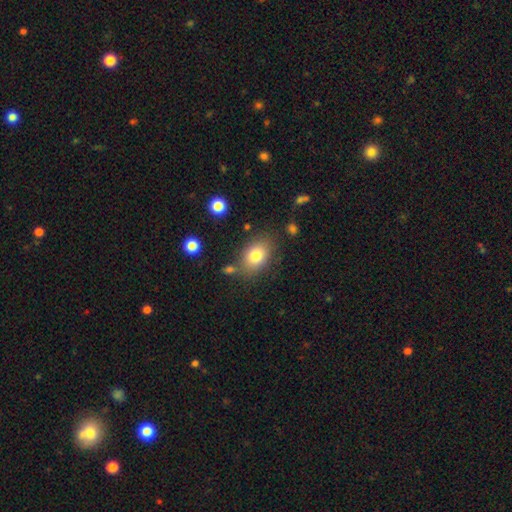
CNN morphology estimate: Smooth or featured: smooth — 80% (featured or disk — 11%)
How rounded: in between — 75% (round — 23%)
Merging: none — 74% (minor disturbance — 14%)